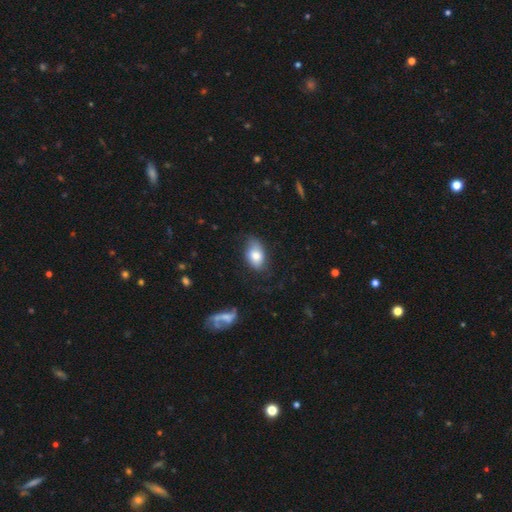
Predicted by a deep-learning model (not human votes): Smooth or featured? smooth (77%)
How rounded? in between (90%)
Merging? none (61%)